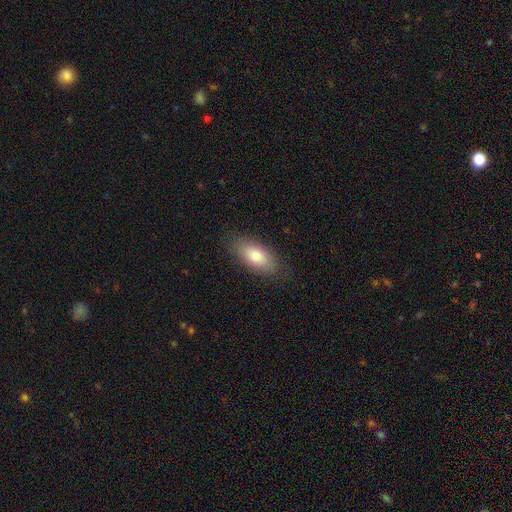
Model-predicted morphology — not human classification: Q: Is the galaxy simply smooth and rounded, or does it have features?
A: smooth — 77%.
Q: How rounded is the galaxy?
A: in between — 85%.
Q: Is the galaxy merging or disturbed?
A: none — 86%.